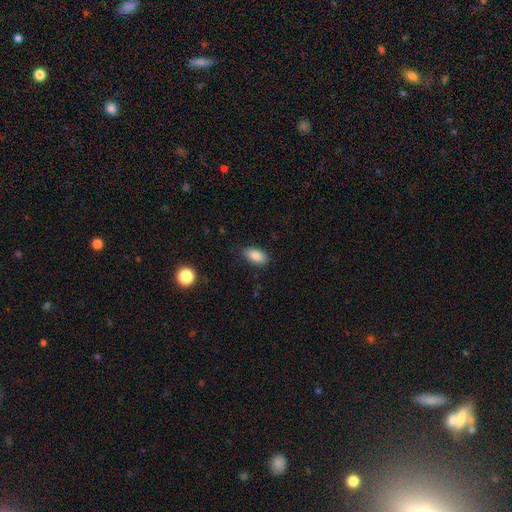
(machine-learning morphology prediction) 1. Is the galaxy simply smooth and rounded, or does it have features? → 87% smooth, 8% star or artifact, 6% featured or disk.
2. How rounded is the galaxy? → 91% in between, 5% cigar-shaped, 4% round.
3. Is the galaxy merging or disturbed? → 82% none, 14% minor disturbance, 3% major disturbance, 1% merger.